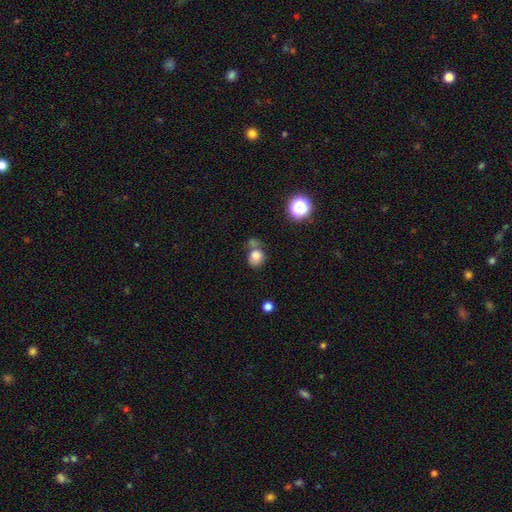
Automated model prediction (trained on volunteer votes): This is clearly a smooth galaxy (80%). How rounded: likely round (71%). Merging: possibly none (49%).